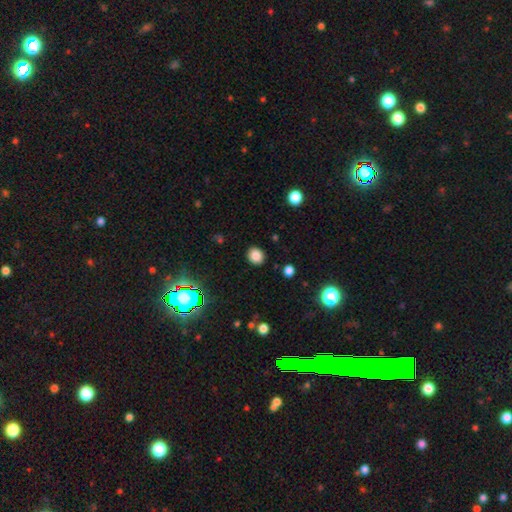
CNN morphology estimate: Smooth or featured: smooth — 84% (star or artifact — 12%)
How rounded: round — 71% (in between — 28%)
Merging: none — 89% (minor disturbance — 7%)